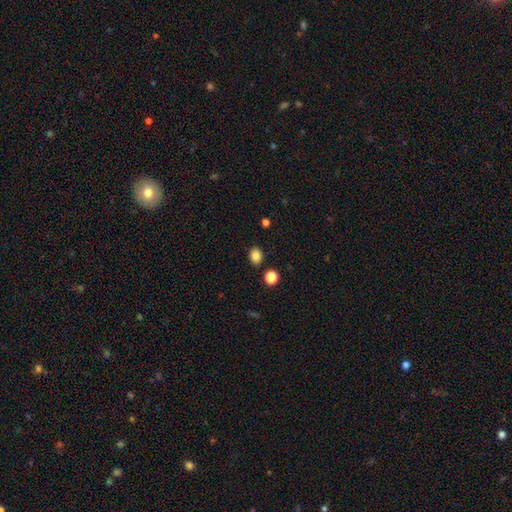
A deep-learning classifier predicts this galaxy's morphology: type=smooth (84%); roundness=in between (60%); merging=none (85%).